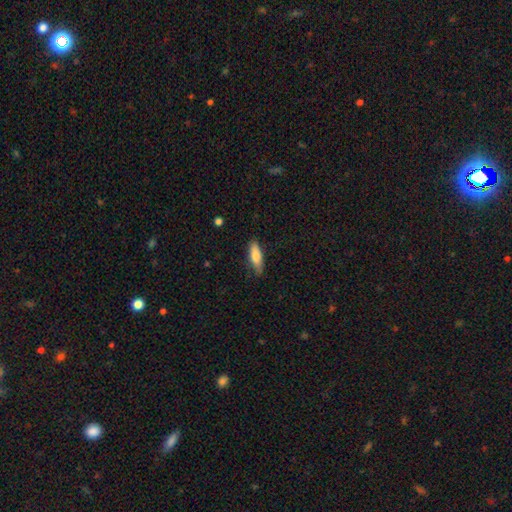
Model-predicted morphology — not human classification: The model was most divided on "how rounded": in between: 52%, cigar-shaped: 46%, round: 2%. More confident: merging — none (81%); smooth or featured — smooth (76%).